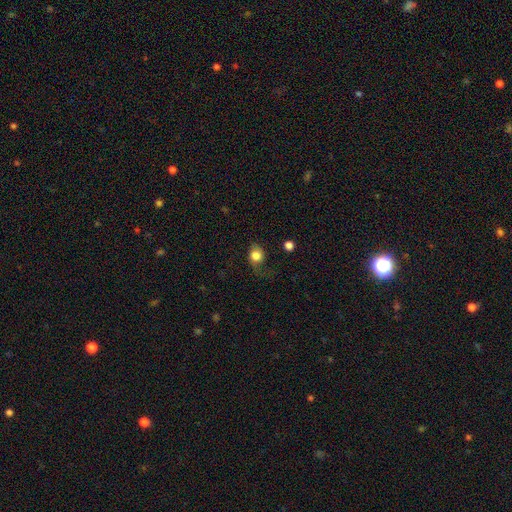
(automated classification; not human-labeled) smooth-or-featured: smooth: 74% | featured or disk: 16% | star or artifact: 9%
  how-rounded: round: 62% | in between: 36% | cigar-shaped: 1%
  merging: none: 47% | minor disturbance: 26% | major disturbance: 24% | merger: 2%